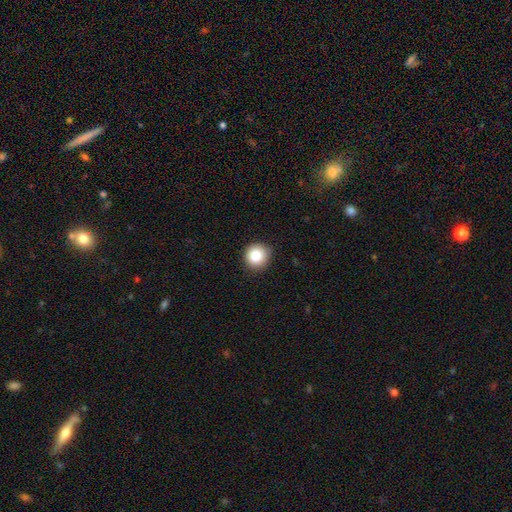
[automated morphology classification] Overall: smooth (85%). How rounded: round (93%). Merging: none (87%).